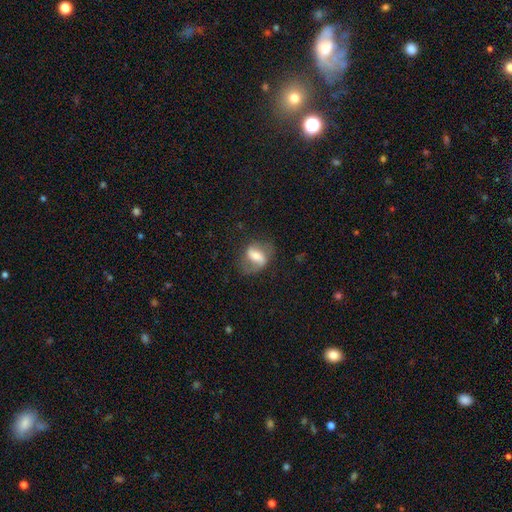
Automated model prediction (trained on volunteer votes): Morphology: type=featured or disk (59%); edge-on=no (94%); bar=strong (45%); spiral arms=yes (76%); bulge=moderate (56%); merging=none (64%).